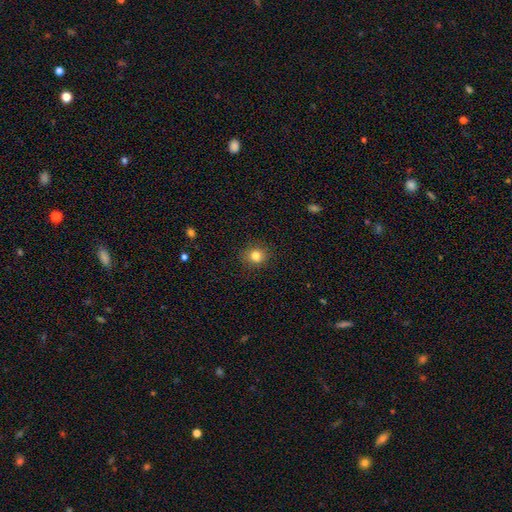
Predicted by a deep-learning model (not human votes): Smooth or featured?
  - smooth: 82% *
  - star or artifact: 12%
  - featured or disk: 6%
How rounded?
  - round: 81% *
  - in between: 18%
  - cigar-shaped: 1%
Merging?
  - none: 88% *
  - minor disturbance: 8%
  - major disturbance: 2%
  - merger: 1%